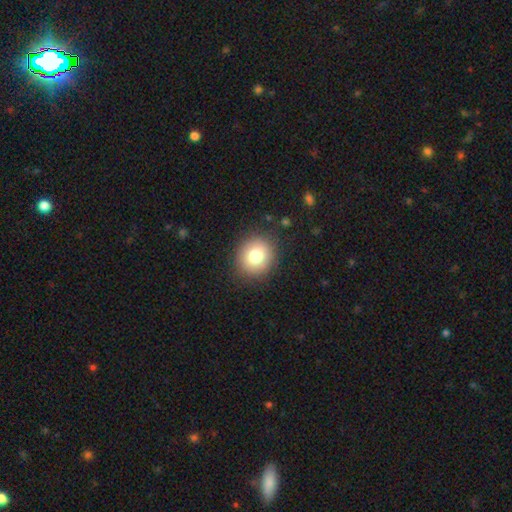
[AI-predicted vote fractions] A smooth galaxy with no disk features (79%) that is round (84%).

Vote fractions:
- Smooth or featured? smooth: 79% / featured or disk: 11% / star or artifact: 11%
- How rounded? round: 84% / in between: 15% / cigar-shaped: 1%
- Merging? none: 88% / minor disturbance: 8% / major disturbance: 3% / merger: 1%